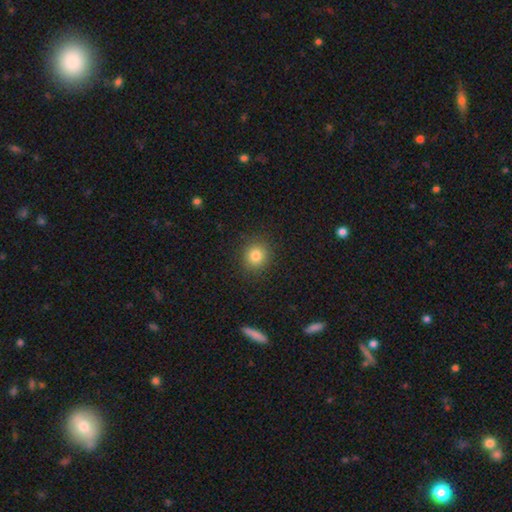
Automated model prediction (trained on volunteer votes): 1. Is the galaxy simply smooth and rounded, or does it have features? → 82% smooth, 12% star or artifact, 6% featured or disk.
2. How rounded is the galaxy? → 87% round, 12% in between, 1% cigar-shaped.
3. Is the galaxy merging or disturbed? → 89% none, 7% minor disturbance, 2% major disturbance, 1% merger.